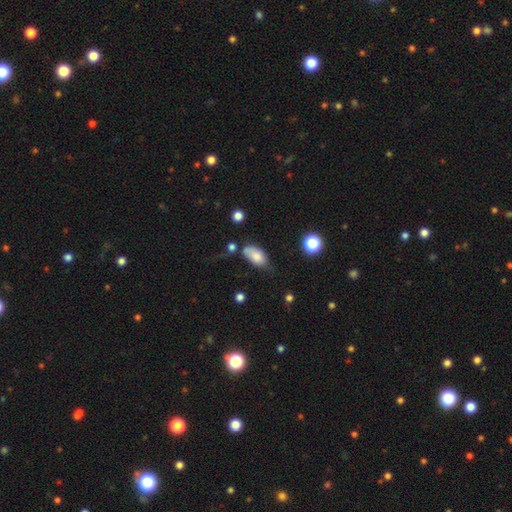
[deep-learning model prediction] Smooth or featured?
  - smooth: 78% *
  - featured or disk: 13%
  - star or artifact: 9%
How rounded?
  - in between: 91% *
  - round: 5%
  - cigar-shaped: 4%
Merging?
  - none: 42% *
  - minor disturbance: 34%
  - major disturbance: 14%
  - merger: 11%